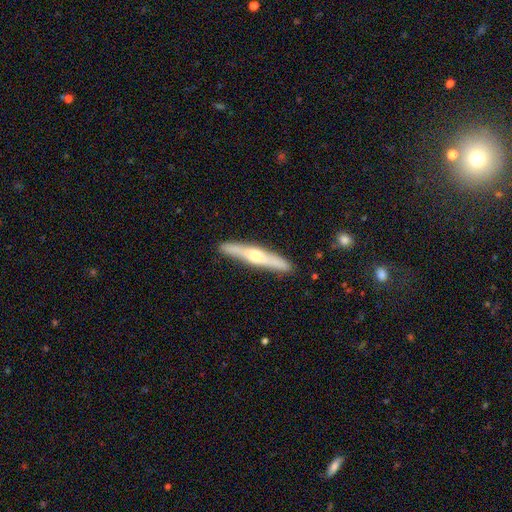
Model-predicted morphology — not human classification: smooth_or_featured: featured or disk (p=0.63) [alt: smooth p=0.31]
disk_edge_on: yes (p=0.95) [alt: no p=0.05]
edge_on_bulge: rounded (p=0.89) [alt: none p=0.07]
merging: none (p=0.90) [alt: minor disturbance p=0.07]